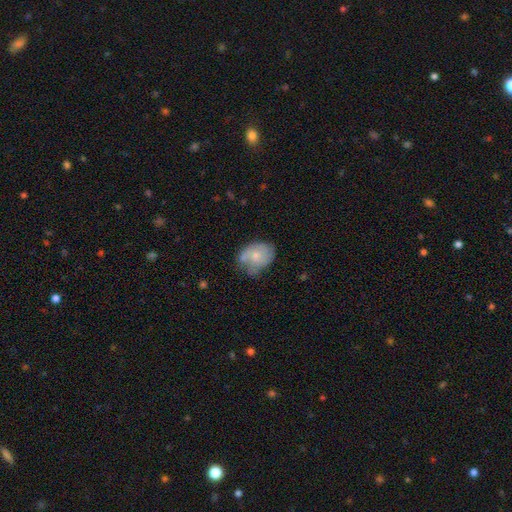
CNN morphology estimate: Smooth or featured? smooth (56%)
How rounded? in between (66%)
Merging? none (41%)